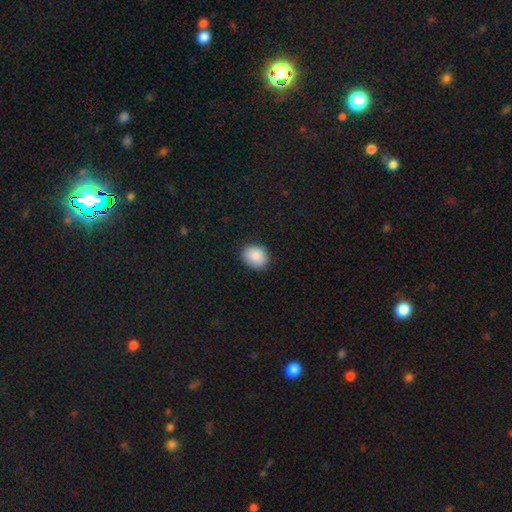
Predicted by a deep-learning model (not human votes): Smooth or featured? smooth (89%)
How rounded? round (52%)
Merging? none (86%)